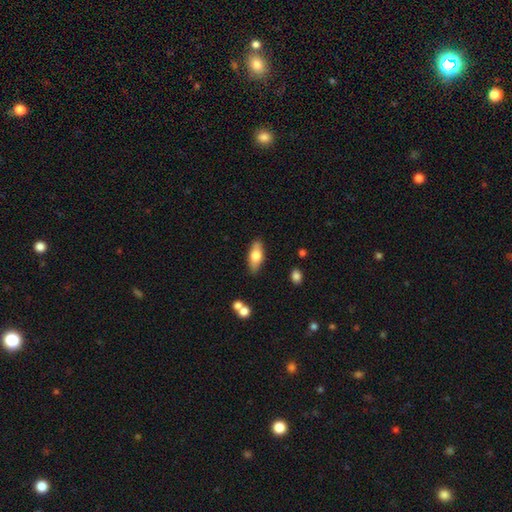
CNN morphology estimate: Smooth or featured?
  - smooth: 70% *
  - featured or disk: 24%
  - star or artifact: 6%
How rounded?
  - in between: 78% *
  - cigar-shaped: 19%
  - round: 3%
Merging?
  - none: 85% *
  - minor disturbance: 10%
  - merger: 2%
  - major disturbance: 2%